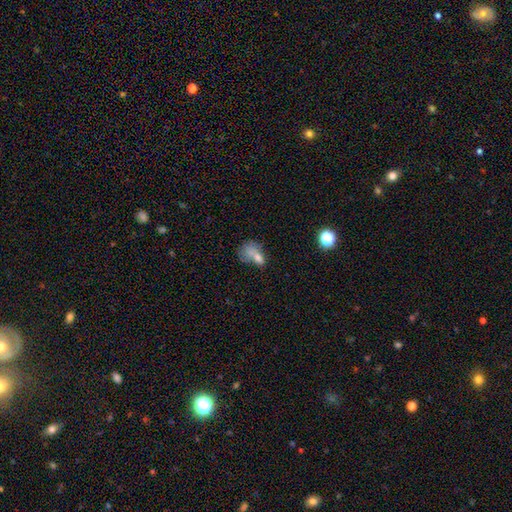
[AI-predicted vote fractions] The model was most divided on "merging": merger: 46%, none: 24%, major disturbance: 16%, minor disturbance: 14%. More confident: how rounded — in between (70%); smooth or featured — smooth (67%).